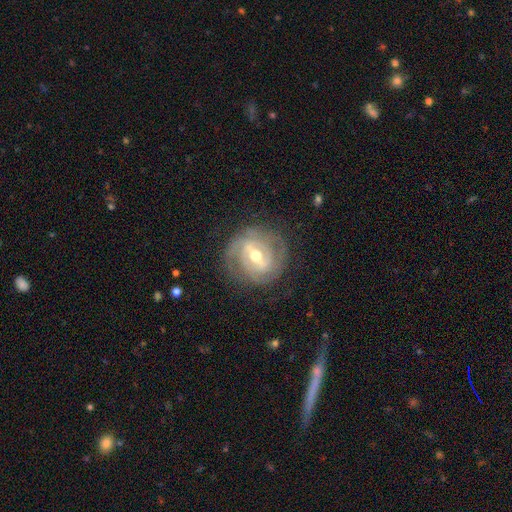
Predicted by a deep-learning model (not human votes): Smooth or featured? featured or disk (87%)
Edge-on disk? no (96%)
Bar? strong (46%)
Spiral arms? yes (92%)
Spiral winding? tight (67%)
Spiral arm count? 2 (42%)
Bulge size? moderate (66%)
Merging? none (78%)